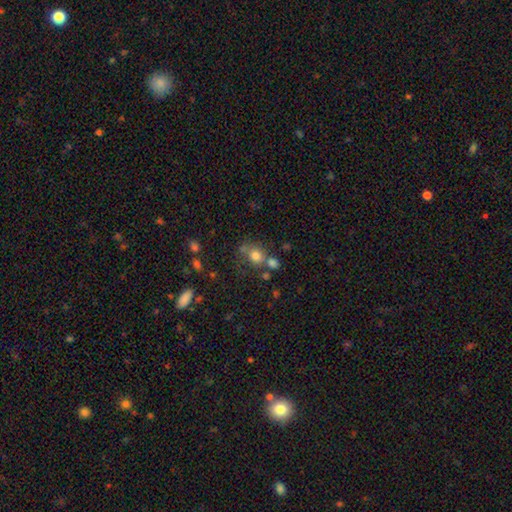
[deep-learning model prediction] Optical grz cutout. It shows a smooth galaxy with no disk features (76%) that is round (76%). Merging: none (55%).